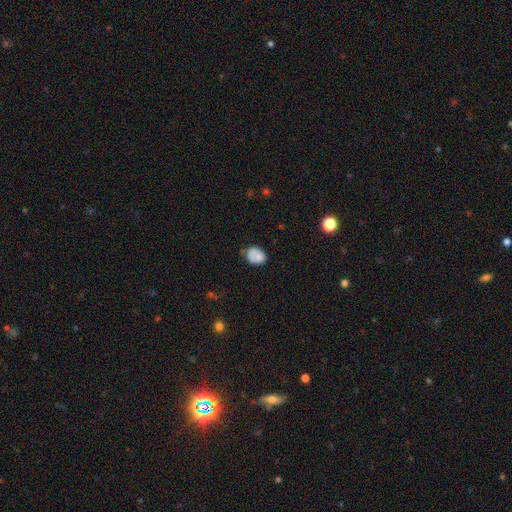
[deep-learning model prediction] Smooth or featured: smooth — 73% (featured or disk — 18%)
How rounded: in between — 55% (round — 44%)
Merging: none — 54% (minor disturbance — 30%)